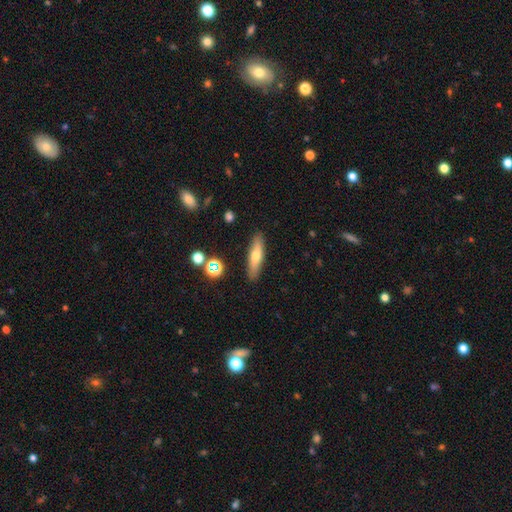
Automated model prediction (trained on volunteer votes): A smooth galaxy with no disk features (59%) that is cigar-shaped (70%).

Vote fractions:
- Smooth or featured? smooth: 59% / featured or disk: 33% / star or artifact: 8%
- How rounded? cigar-shaped: 70% / in between: 27% / round: 3%
- Merging? none: 88% / minor disturbance: 8% / major disturbance: 2% / merger: 2%